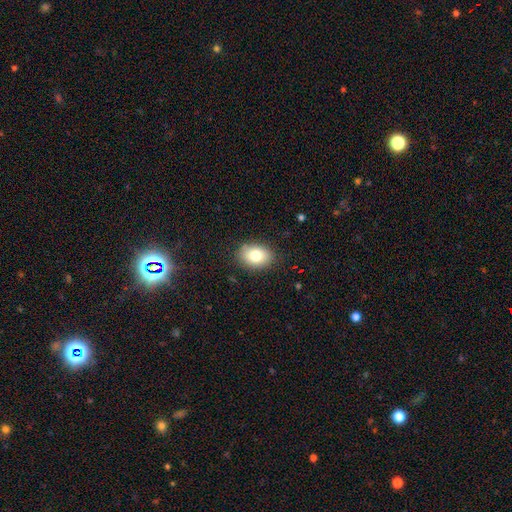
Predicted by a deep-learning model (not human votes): This appears to be a smooth galaxy with no disk features (79%) that is in between round and cigar-shaped (75%). Merging: none (85%).